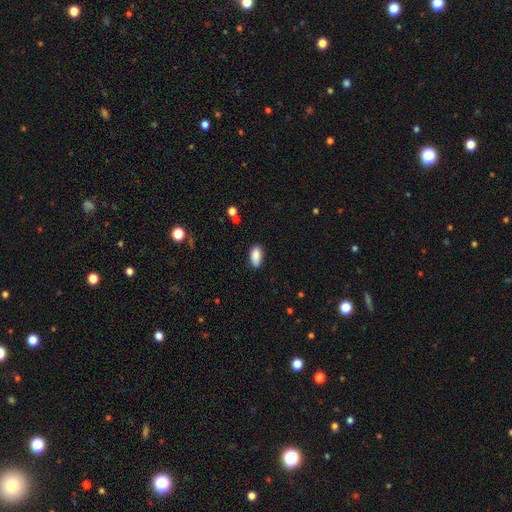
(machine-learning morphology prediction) Smooth or featured? smooth (89%)
How rounded? in between (93%)
Merging? none (85%)